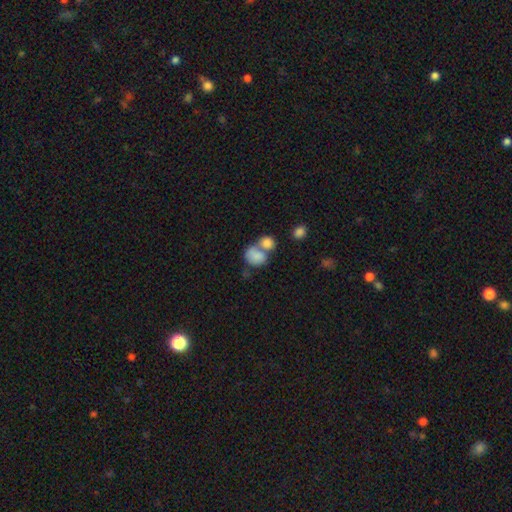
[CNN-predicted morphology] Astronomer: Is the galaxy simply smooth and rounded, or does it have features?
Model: smooth — 78%.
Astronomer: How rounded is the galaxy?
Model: in between — 52% (runner-up: round, 47%).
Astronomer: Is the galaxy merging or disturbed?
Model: merger — 63%.